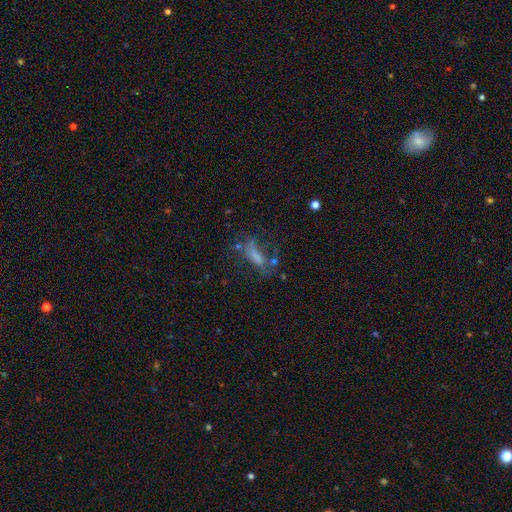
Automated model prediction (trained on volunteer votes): The model was most divided on "how rounded": cigar-shaped: 50%, in between: 46%, round: 4%. Remaining: smooth or featured — smooth (50%); merging — none (36%).